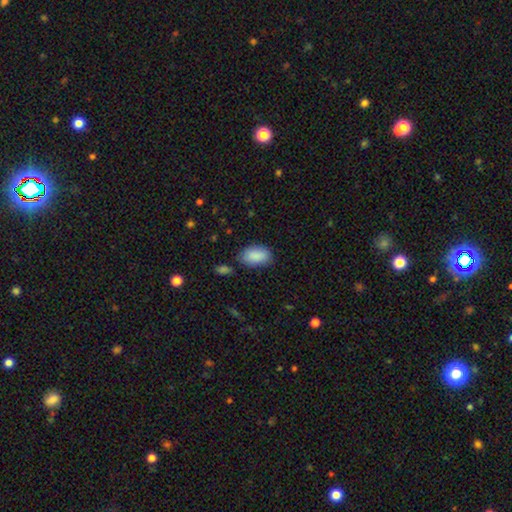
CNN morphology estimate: Q: Smooth or featured?
A: smooth (90%); runner-up: star or artifact (6%)
Q: How rounded?
A: in between (94%); runner-up: round (5%)
Q: Merging?
A: none (77%); runner-up: minor disturbance (16%)